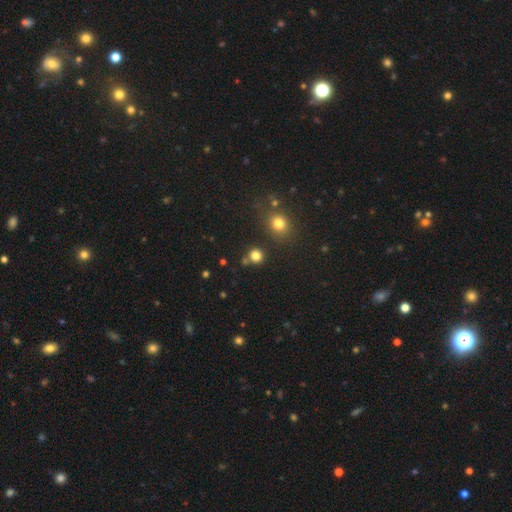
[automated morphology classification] A smooth galaxy with no disk features (80%) that is round (90%).

Vote fractions:
- Smooth or featured? smooth: 80% / star or artifact: 15% / featured or disk: 5%
- How rounded? round: 90% / in between: 9% / cigar-shaped: 1%
- Merging? none: 79% / merger: 11% / minor disturbance: 8% / major disturbance: 3%